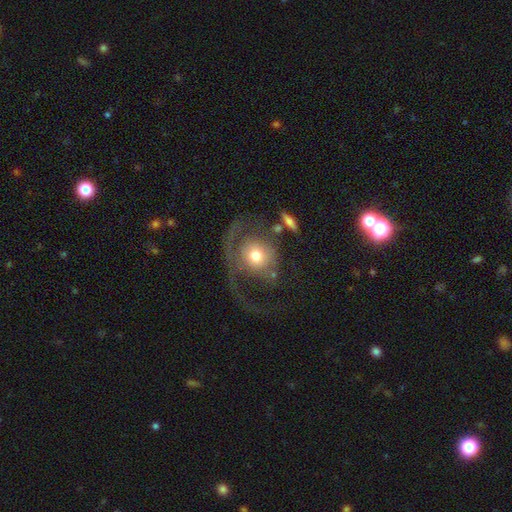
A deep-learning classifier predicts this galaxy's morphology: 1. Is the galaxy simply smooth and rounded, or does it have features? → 52% featured or disk, 40% smooth, 8% star or artifact.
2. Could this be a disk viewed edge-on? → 95% no, 5% yes.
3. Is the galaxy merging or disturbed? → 51% major disturbance, 29% none, 13% minor disturbance, 7% merger.